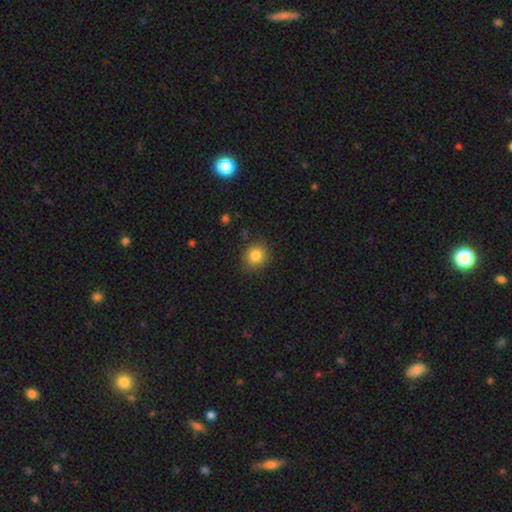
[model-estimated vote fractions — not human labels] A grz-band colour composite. It shows a smooth galaxy with no disk features (82%) that is round (84%). Merging: none (86%).